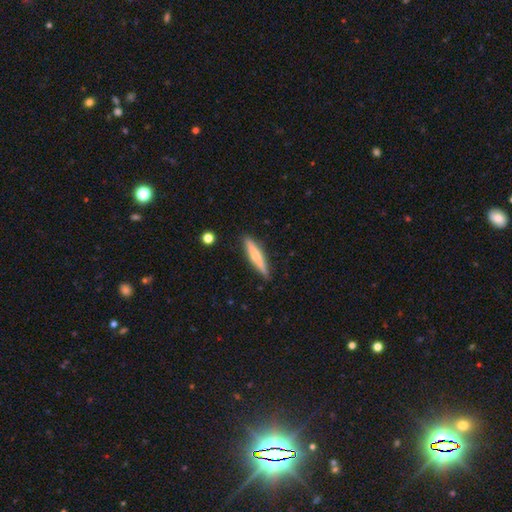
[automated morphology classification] Overall: smooth (54%; featured or disk 40%). How rounded: cigar-shaped (89%). Merging: none (88%).